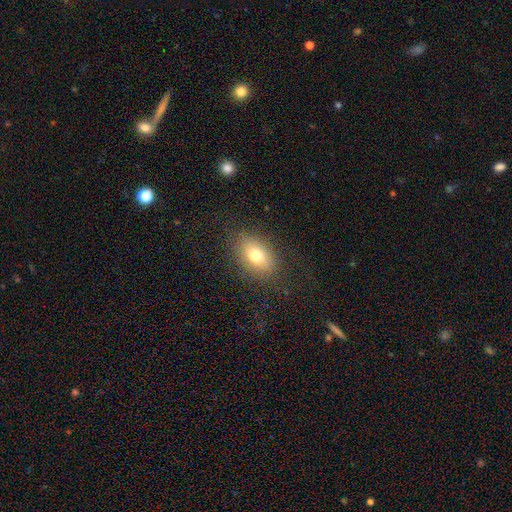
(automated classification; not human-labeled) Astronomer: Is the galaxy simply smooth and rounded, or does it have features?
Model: smooth — 74%.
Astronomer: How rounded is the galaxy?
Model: in between — 83%.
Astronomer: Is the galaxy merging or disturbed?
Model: none — 83%.